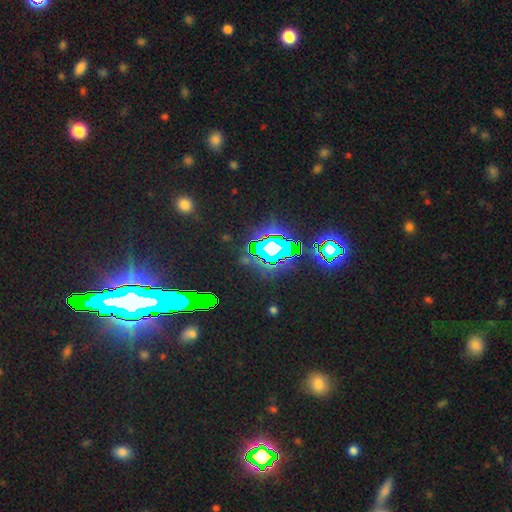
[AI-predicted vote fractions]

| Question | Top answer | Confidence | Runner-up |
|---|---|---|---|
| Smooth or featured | star or artifact | 82% | smooth (9%) |